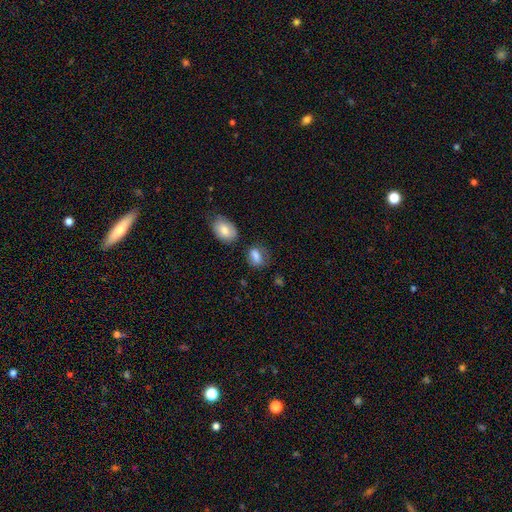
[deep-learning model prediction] Smooth or featured: smooth — 79% (featured or disk — 12%)
How rounded: in between — 76% (round — 20%)
Merging: none — 59% (minor disturbance — 23%)